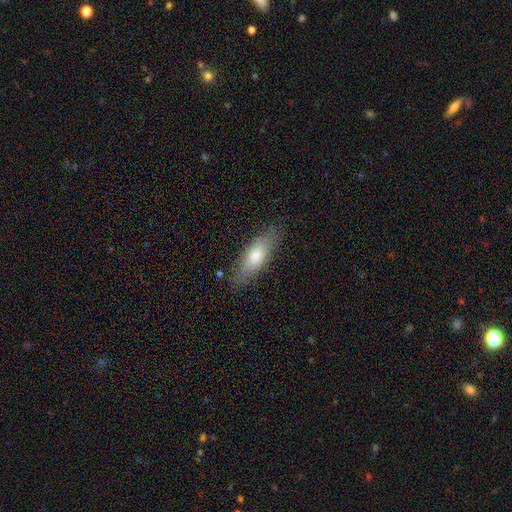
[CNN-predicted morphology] Smooth or featured?
  - smooth: 70% *
  - featured or disk: 23%
  - star or artifact: 6%
How rounded?
  - in between: 58% *
  - cigar-shaped: 40%
  - round: 2%
Merging?
  - none: 84% *
  - minor disturbance: 12%
  - major disturbance: 3%
  - merger: 1%